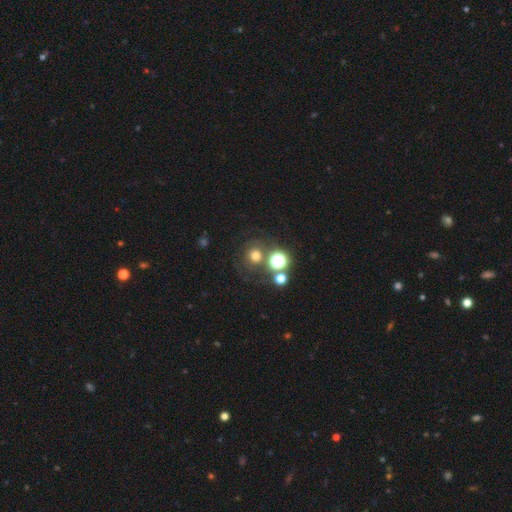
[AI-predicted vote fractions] Morphology: type=smooth (61%); roundness=round (87%); merging=none (63%).